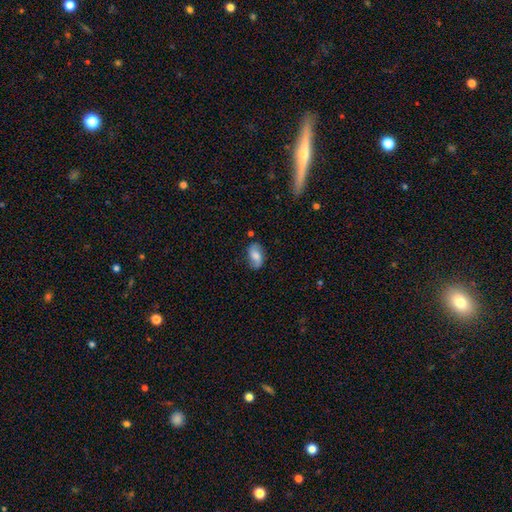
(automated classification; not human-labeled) Smooth or featured? Predicted: smooth (p=0.49). Merging? Predicted: none (p=0.73).